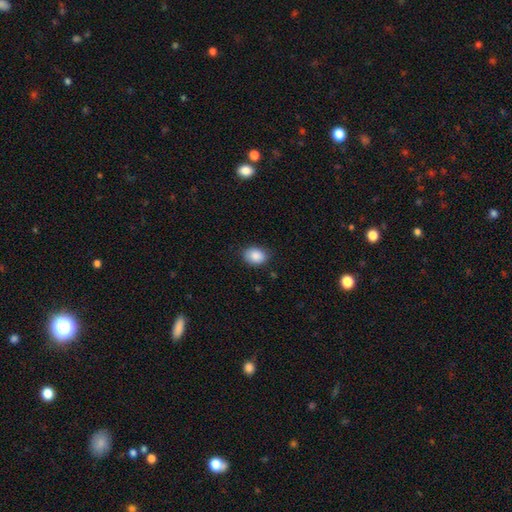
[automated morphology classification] type=smooth (88%); roundness=in between (67%); merging=none (83%).